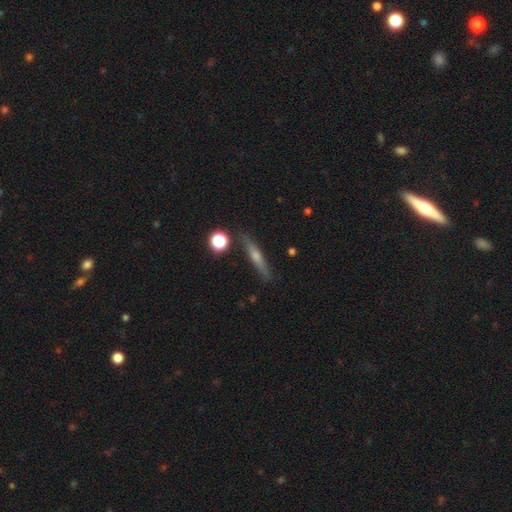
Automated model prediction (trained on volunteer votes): Morphology: type=featured or disk (60%); edge-on=yes (95%); edge-on bulge=rounded (81%); merging=none (86%).